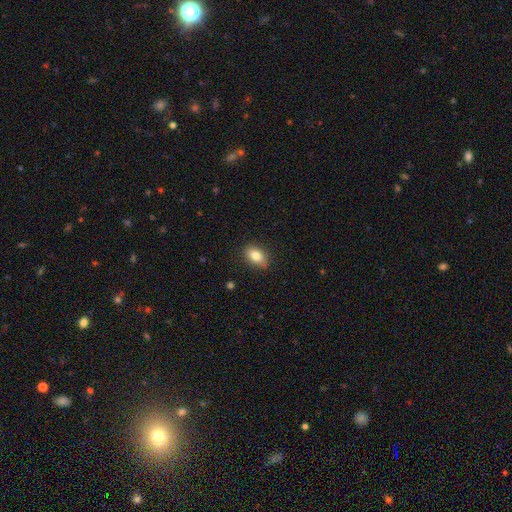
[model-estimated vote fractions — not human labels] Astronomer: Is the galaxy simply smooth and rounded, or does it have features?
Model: smooth — 81%.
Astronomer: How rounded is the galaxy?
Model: in between — 85%.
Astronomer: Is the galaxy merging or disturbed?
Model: none — 84%.